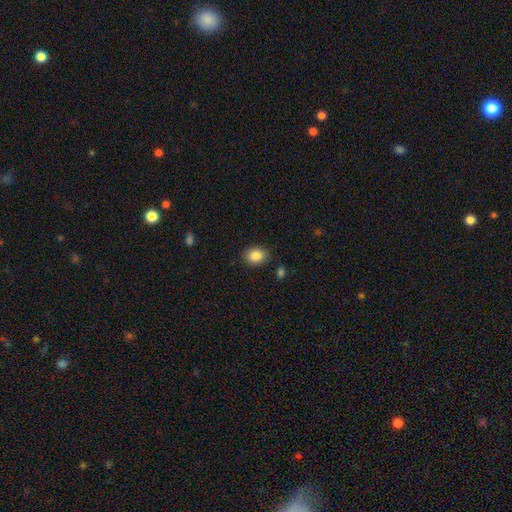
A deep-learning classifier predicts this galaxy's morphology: Q: Smooth or featured?
A: smooth (86%); runner-up: star or artifact (9%)
Q: How rounded?
A: in between (54%); runner-up: round (45%)
Q: Merging?
A: none (86%); runner-up: minor disturbance (10%)